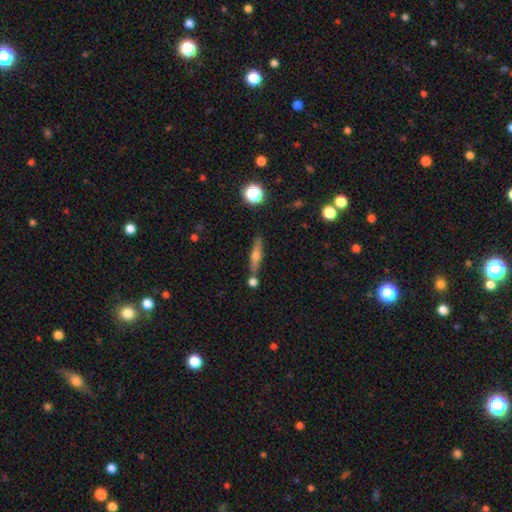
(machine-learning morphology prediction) Smooth or featured?
  - smooth: 46% *
  - featured or disk: 44%
  - star or artifact: 9%
Merging?
  - none: 75% *
  - merger: 12%
  - minor disturbance: 11%
  - major disturbance: 3%